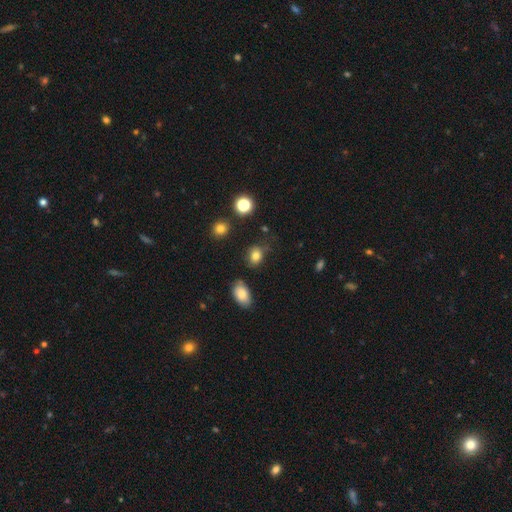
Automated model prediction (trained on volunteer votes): smooth 81%, star or artifact 12%, featured or disk 7%. Down the decision tree: how rounded — in between (60%); merging — none (67%).